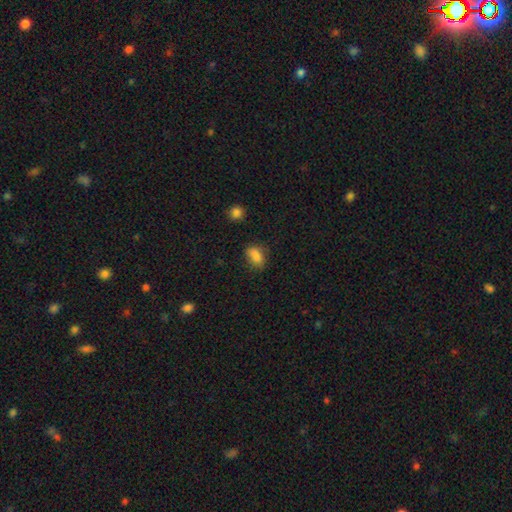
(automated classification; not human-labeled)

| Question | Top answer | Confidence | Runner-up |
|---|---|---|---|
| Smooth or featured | smooth | 82% | star or artifact (11%) |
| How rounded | in between | 81% | round (16%) |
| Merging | none | 62% | minor disturbance (25%) |